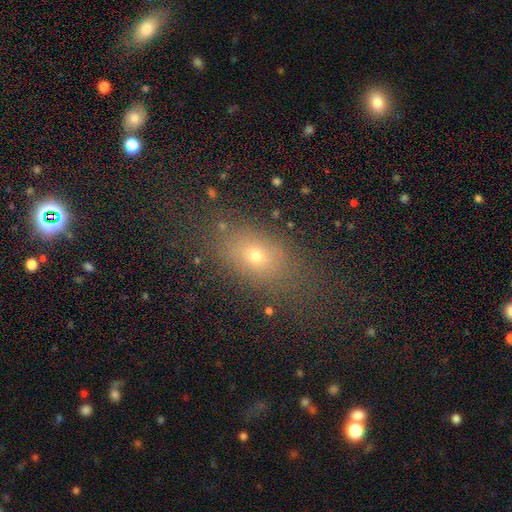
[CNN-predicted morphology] Overall: smooth (65%). How rounded: in between (72%). Merging: none (78%).